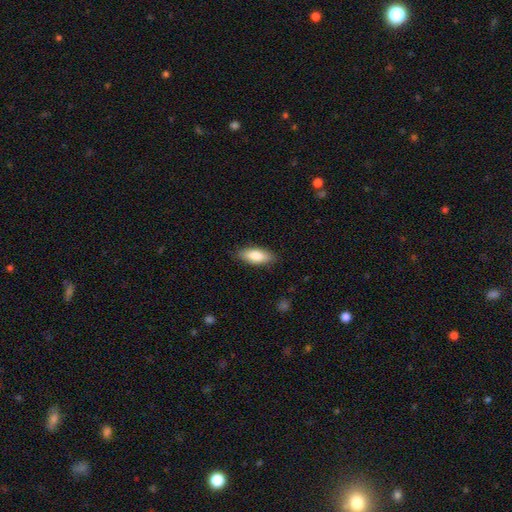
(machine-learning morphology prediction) This is clearly a smooth galaxy (84%). How rounded: likely in between (80%). Merging: clearly none (86%).